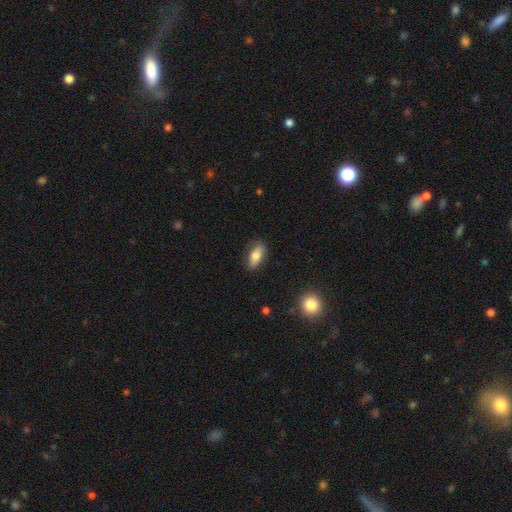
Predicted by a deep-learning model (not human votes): Smooth or featured?
  - smooth: 77% *
  - featured or disk: 16%
  - star or artifact: 7%
How rounded?
  - in between: 80% *
  - cigar-shaped: 17%
  - round: 4%
Merging?
  - none: 82% *
  - minor disturbance: 14%
  - major disturbance: 3%
  - merger: 1%